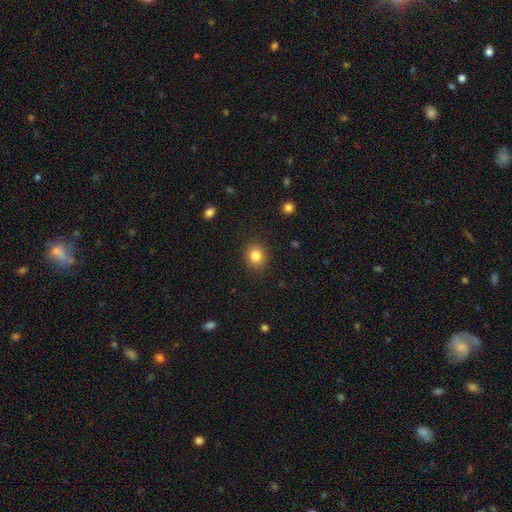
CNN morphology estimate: Overall: smooth (83%). How rounded: round (76%). Merging: none (90%).